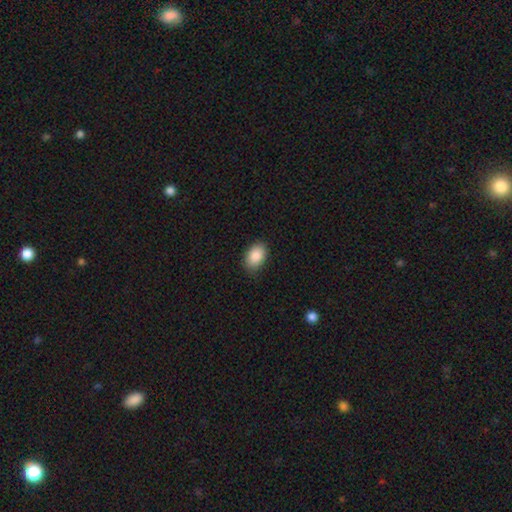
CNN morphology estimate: The model was most divided on "merging": none: 83%, minor disturbance: 13%, major disturbance: 2%, merger: 1%. More confident: smooth or featured — smooth (87%); how rounded — in between (87%).